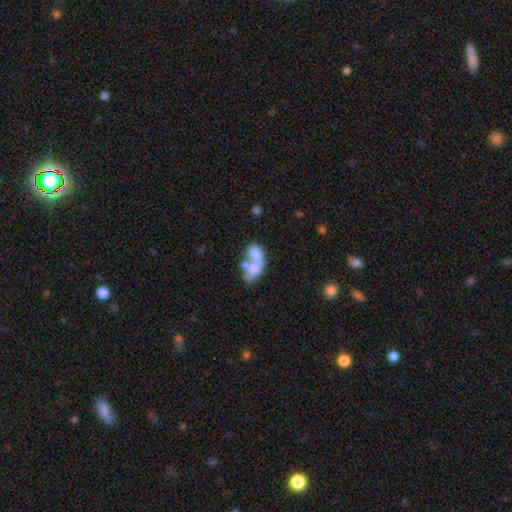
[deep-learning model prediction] smooth-or-featured: smooth: 56% | featured or disk: 35% | star or artifact: 10%
  how-rounded: in between: 84% | round: 14% | cigar-shaped: 3%
  merging: merger: 66% | none: 13% | major disturbance: 13% | minor disturbance: 8%